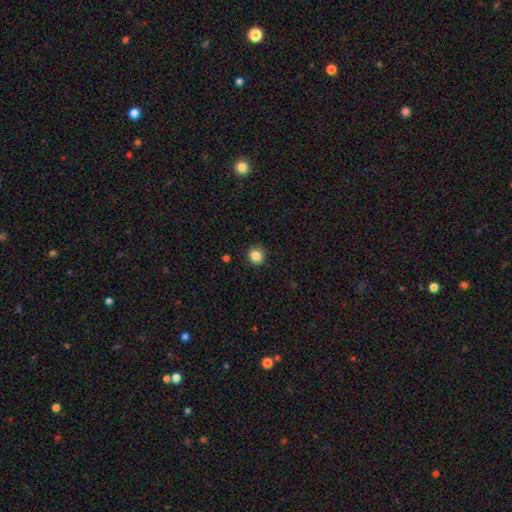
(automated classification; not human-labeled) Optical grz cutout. It shows a smooth galaxy with no disk features (85%) that is round (91%). Merging: none (90%).